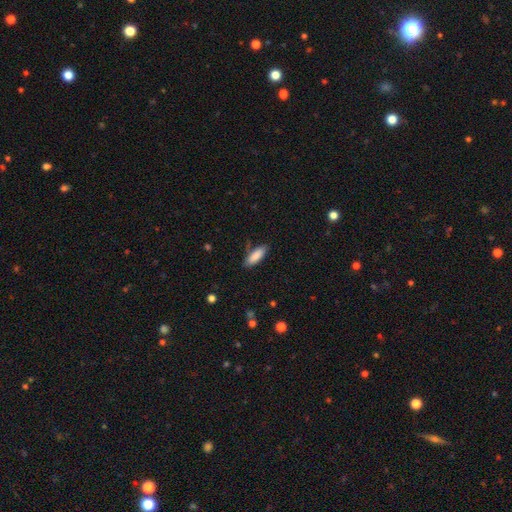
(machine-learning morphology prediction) Smooth or featured? Predicted: smooth (p=0.86). How rounded? Predicted: in between (p=0.65). Merging? Predicted: none (p=0.78).